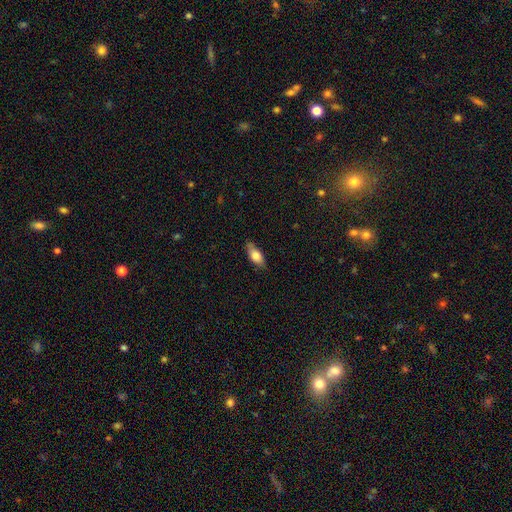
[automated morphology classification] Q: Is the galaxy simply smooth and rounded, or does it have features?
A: smooth — 73%.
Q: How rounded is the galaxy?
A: in between — 79%.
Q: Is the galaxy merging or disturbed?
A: none — 75%.